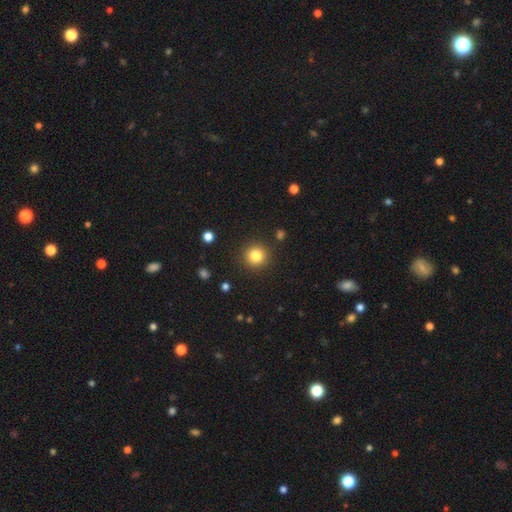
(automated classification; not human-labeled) A smooth galaxy with no disk features (82%) that is round (94%). Merging: none (90%).